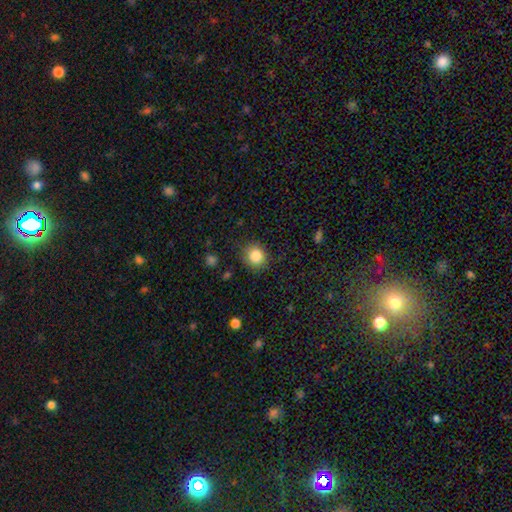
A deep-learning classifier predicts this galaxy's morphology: smooth_or_featured: smooth (p=0.85) [alt: star or artifact p=0.10]
how_rounded: round (p=0.84) [alt: in between p=0.16]
merging: none (p=0.84) [alt: minor disturbance p=0.11]